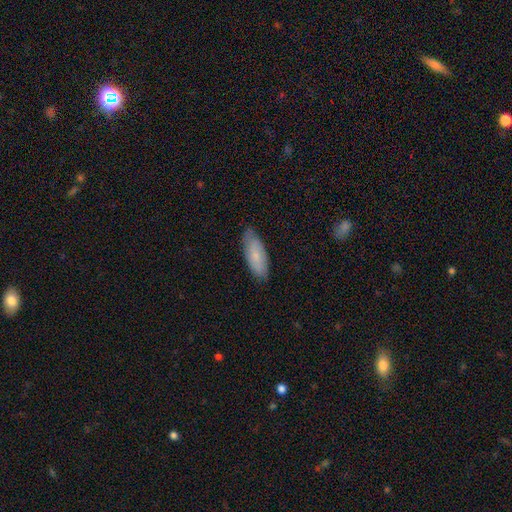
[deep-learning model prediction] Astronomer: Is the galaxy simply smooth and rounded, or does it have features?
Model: smooth — 72%.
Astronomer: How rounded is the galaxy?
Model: in between — 70%.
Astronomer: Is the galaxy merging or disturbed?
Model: none — 79%.